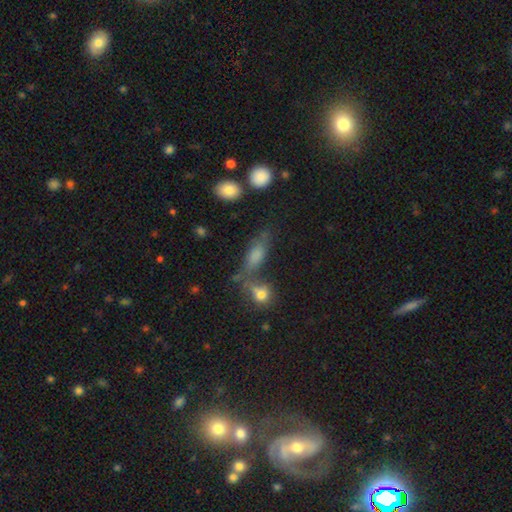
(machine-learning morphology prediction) Smooth or featured: smooth — 69% (featured or disk — 20%)
How rounded: in between — 67% (cigar-shaped — 26%)
Merging: none — 44% (merger — 23%)